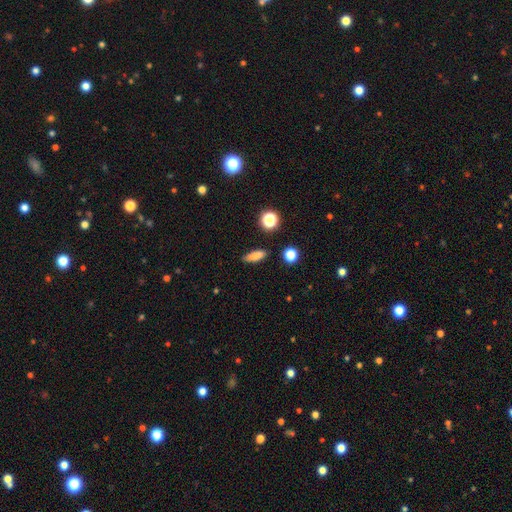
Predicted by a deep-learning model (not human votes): Smooth or featured? smooth (80%)
How rounded? in between (54%)
Merging? none (86%)